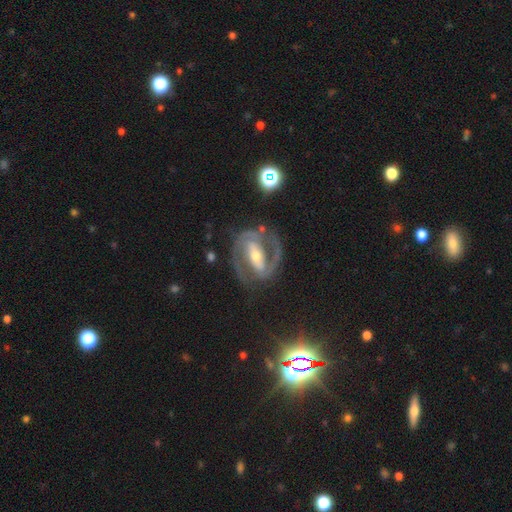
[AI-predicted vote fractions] The model was most divided on "bulge size": moderate: 52%, small: 40%, large: 5%, none: 2%, dominant: 1%. More confident: edge-on disk — no (96%); spiral arms — yes (95%); spiral arm count — 2 (91%); smooth or featured — featured or disk (90%); merging — none (74%); bar — strong (64%); spiral winding — medium (51%).